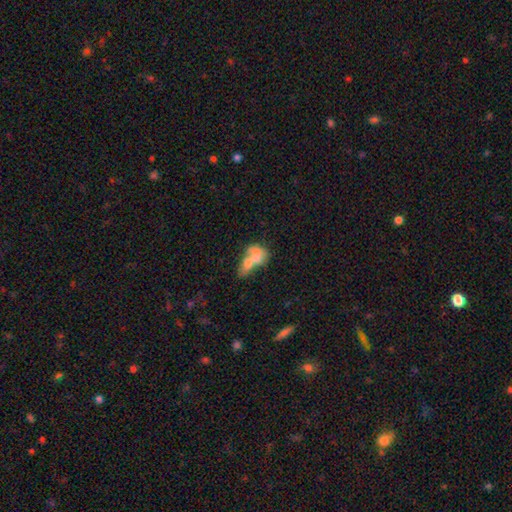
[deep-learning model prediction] smooth 60%, featured or disk 31%, star or artifact 9%. Down the decision tree: how rounded — in between (72%); merging — merger (72%).